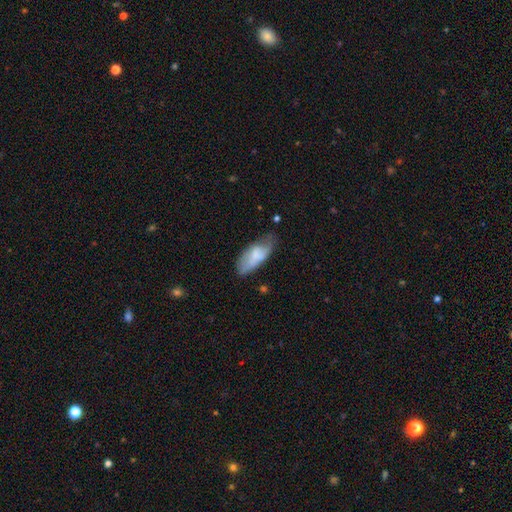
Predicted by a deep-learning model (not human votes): A smooth galaxy with no disk features (65%) that is in between round and cigar-shaped (84%).

Vote fractions:
- Smooth or featured? smooth: 65% / featured or disk: 28% / star or artifact: 7%
- How rounded? in between: 84% / cigar-shaped: 14% / round: 2%
- Merging? none: 49% / minor disturbance: 35% / major disturbance: 13% / merger: 3%